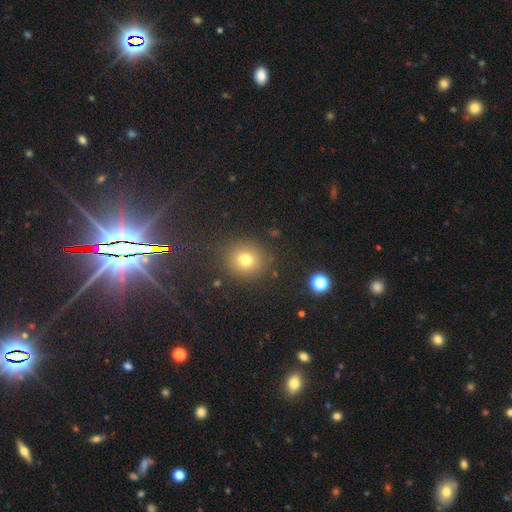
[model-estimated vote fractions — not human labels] This is possibly a smooth galaxy (51%). How rounded: clearly round (88%). Merging: clearly none (89%).